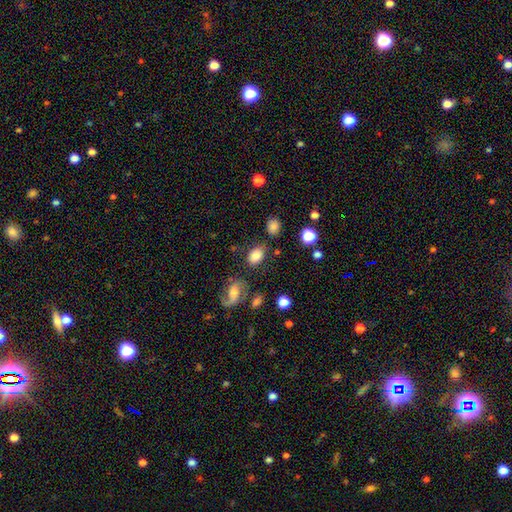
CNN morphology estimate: smooth_or_featured: smooth (p=0.79) [alt: featured or disk p=0.11]
how_rounded: in between (p=0.78) [alt: round p=0.21]
merging: none (p=0.73) [alt: minor disturbance p=0.16]